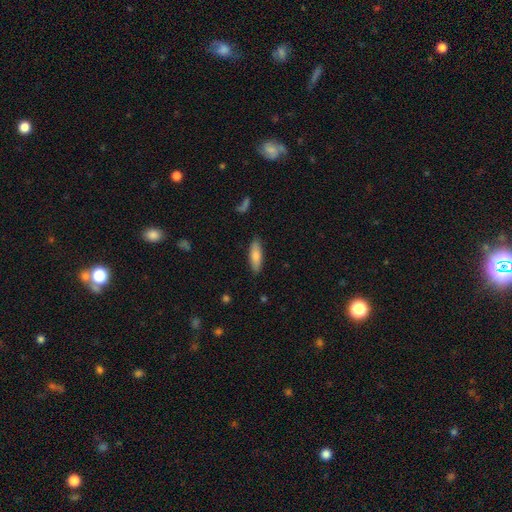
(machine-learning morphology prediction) Q: Smooth or featured?
A: smooth (80%); runner-up: featured or disk (14%)
Q: How rounded?
A: cigar-shaped (51%); runner-up: in between (47%)
Q: Merging?
A: none (87%); runner-up: minor disturbance (9%)